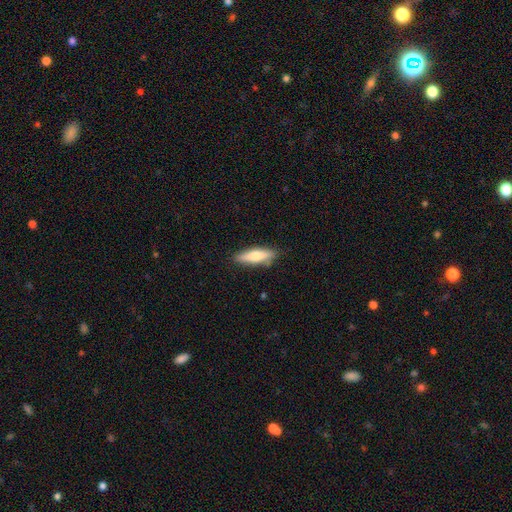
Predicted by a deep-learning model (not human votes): Smooth or featured? Predicted: smooth (p=0.65). How rounded? Predicted: cigar-shaped (p=0.64). Merging? Predicted: none (p=0.85).